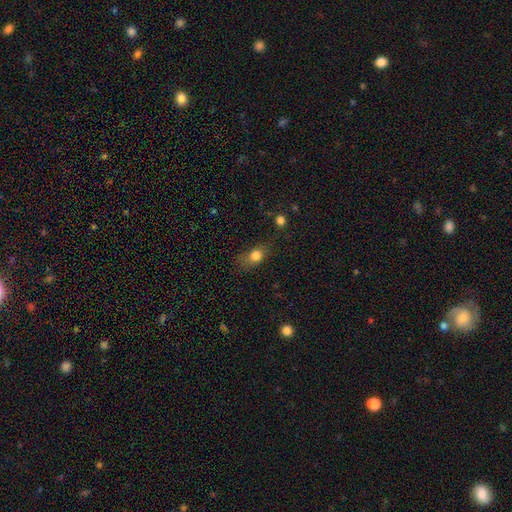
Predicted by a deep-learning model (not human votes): smooth 79%, star or artifact 11%, featured or disk 10%. Down the decision tree: how rounded — in between (62%); merging — none (60%).